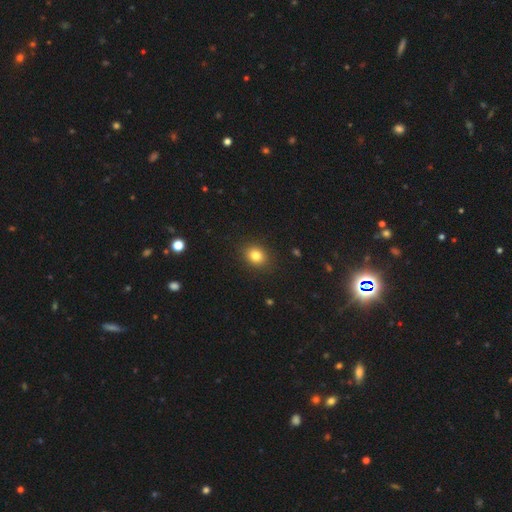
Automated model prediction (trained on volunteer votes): This is clearly a smooth galaxy (82%). How rounded: likely round (62%). Merging: clearly none (89%).